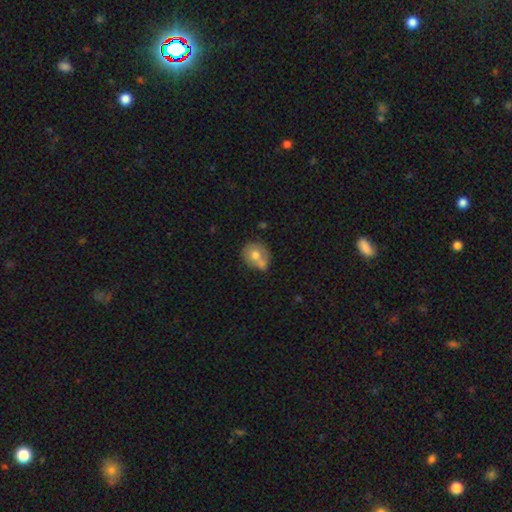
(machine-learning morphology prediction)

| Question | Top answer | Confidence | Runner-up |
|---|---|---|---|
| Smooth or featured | smooth | 65% | featured or disk (28%) |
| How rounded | round | 76% | in between (23%) |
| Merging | none | 40% | merger (38%) |